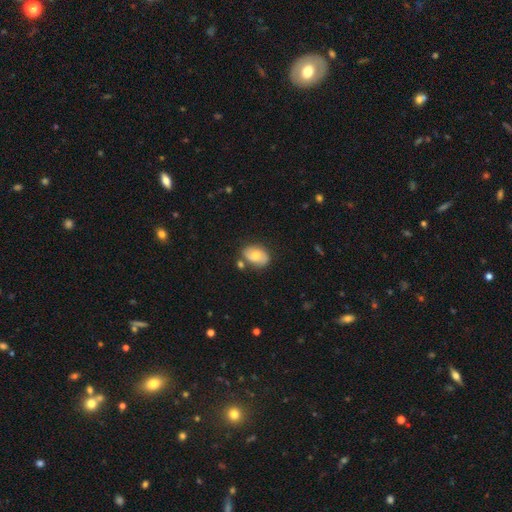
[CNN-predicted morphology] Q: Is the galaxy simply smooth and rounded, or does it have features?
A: smooth — 62%.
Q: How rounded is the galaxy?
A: in between — 81%.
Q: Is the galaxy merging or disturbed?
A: none — 67%.